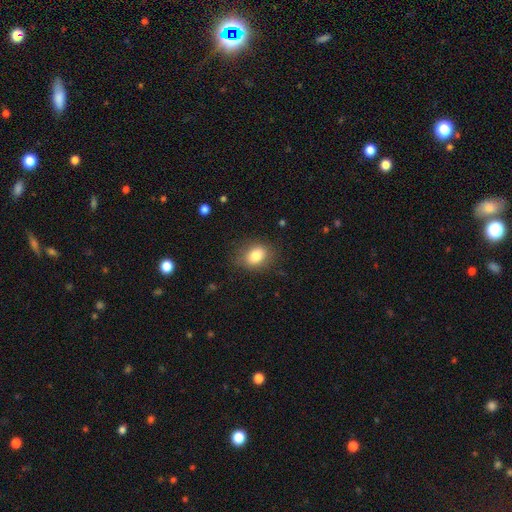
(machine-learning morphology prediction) Q: Smooth or featured?
A: smooth (82%); runner-up: star or artifact (9%)
Q: How rounded?
A: in between (62%); runner-up: round (36%)
Q: Merging?
A: none (80%); runner-up: minor disturbance (14%)